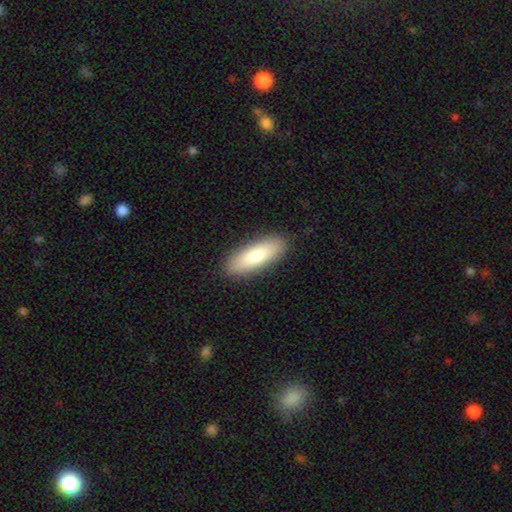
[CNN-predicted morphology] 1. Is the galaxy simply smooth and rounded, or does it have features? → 83% smooth, 12% featured or disk, 6% star or artifact.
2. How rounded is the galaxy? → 59% in between, 40% cigar-shaped, 2% round.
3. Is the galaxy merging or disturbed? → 89% none, 8% minor disturbance, 2% major disturbance, 1% merger.